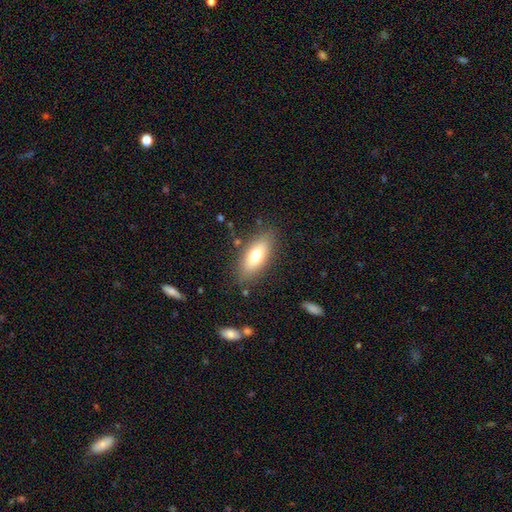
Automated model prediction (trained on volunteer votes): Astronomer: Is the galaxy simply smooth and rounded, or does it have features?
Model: smooth — 70%.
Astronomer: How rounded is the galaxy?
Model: in between — 78%.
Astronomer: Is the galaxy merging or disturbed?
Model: none — 83%.